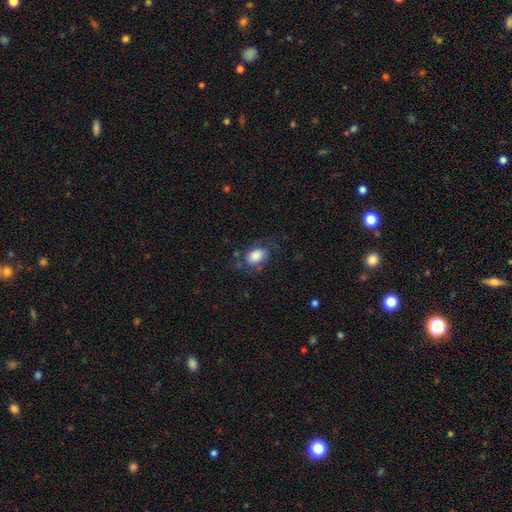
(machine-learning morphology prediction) Q: Smooth or featured?
A: smooth (69%); runner-up: featured or disk (23%)
Q: How rounded?
A: in between (79%); runner-up: round (19%)
Q: Merging?
A: none (58%); runner-up: minor disturbance (24%)